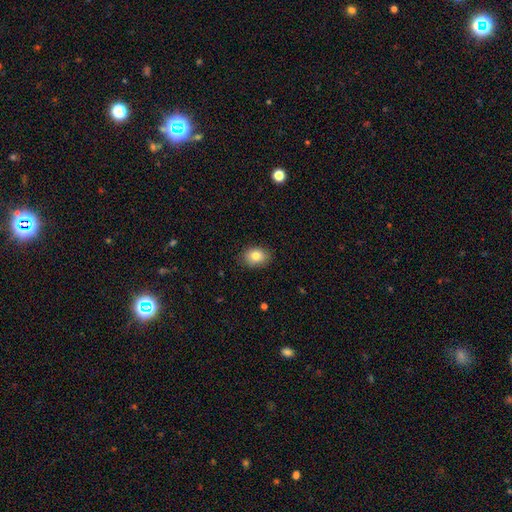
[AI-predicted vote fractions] A smooth galaxy with no disk features (81%) that is in between round and cigar-shaped (65%).

Vote fractions:
- Smooth or featured? smooth: 81% / featured or disk: 10% / star or artifact: 9%
- How rounded? in between: 65% / round: 34% / cigar-shaped: 1%
- Merging? none: 86% / minor disturbance: 11% / major disturbance: 2% / merger: 1%